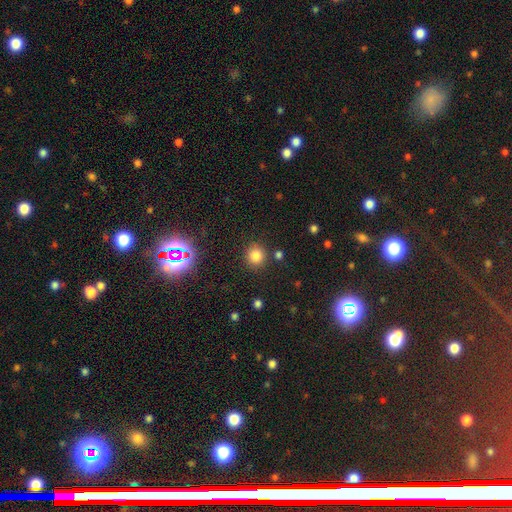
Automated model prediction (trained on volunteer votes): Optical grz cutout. It shows a smooth galaxy with no disk features (79%) that is round (92%). Merging: none (86%).